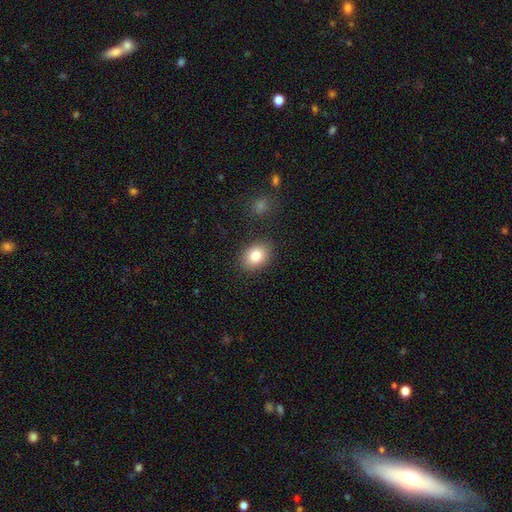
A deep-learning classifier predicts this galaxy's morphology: Overall: smooth (81%). How rounded: in between (64%; round 35%). Merging: none (85%).